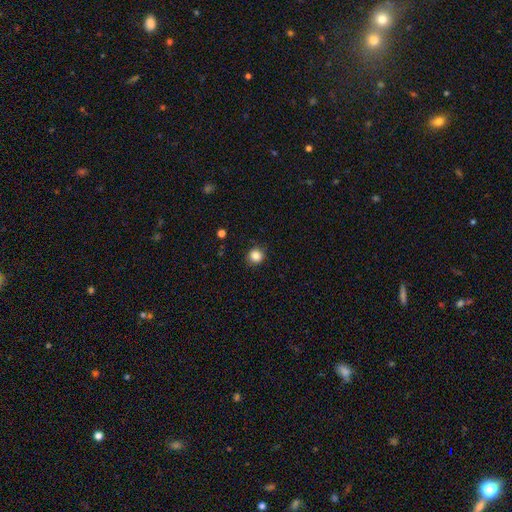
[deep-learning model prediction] smooth 85%, star or artifact 11%, featured or disk 4%. Down the decision tree: how rounded — round (91%); merging — none (89%).